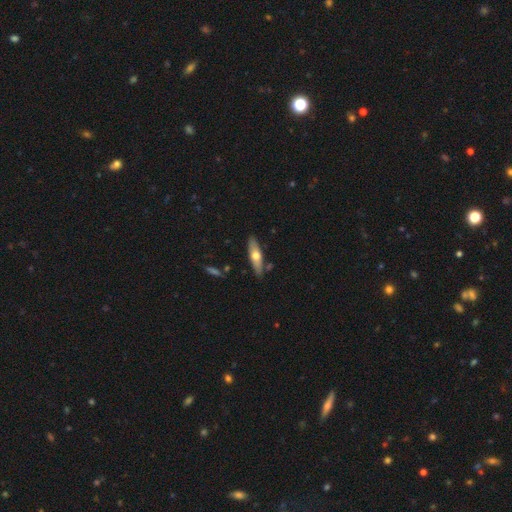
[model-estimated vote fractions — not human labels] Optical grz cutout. It shows a smooth galaxy with no disk features (49%). Merging: none (82%).